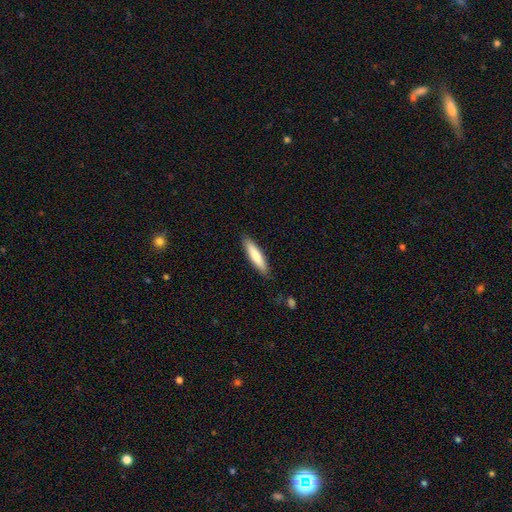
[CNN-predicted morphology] A smooth galaxy with no disk features (75%) that is cigar-shaped (80%). Merging: none (87%).